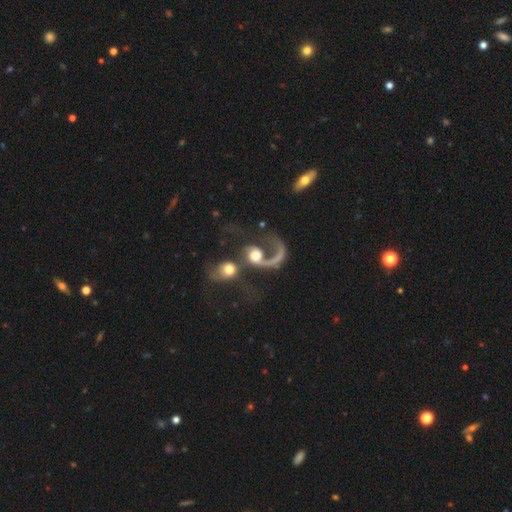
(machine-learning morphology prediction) smooth_or_featured: featured or disk (p=0.73) [alt: smooth p=0.20]
disk_edge_on: no (p=0.97) [alt: yes p=0.03]
bar: no (p=0.71) [alt: weak p=0.22]
has_spiral_arms: yes (p=0.88) [alt: no p=0.12]
spiral_winding: loose (p=0.71) [alt: medium p=0.22]
spiral_arm_count: 1 (p=0.82) [alt: 2 p=0.12]
bulge_size: moderate (p=0.54) [alt: large p=0.24]
merging: merger (p=0.52) [alt: major disturbance p=0.26]